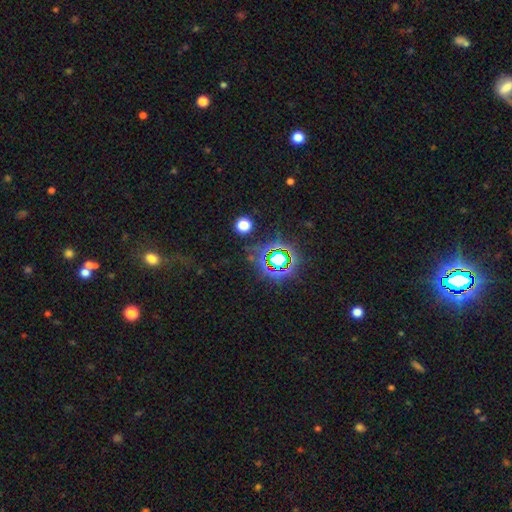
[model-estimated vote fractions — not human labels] A star or artifact, not a galaxy (74%).

Vote fractions:
- Smooth or featured? star or artifact: 74% / smooth: 17% / featured or disk: 9%